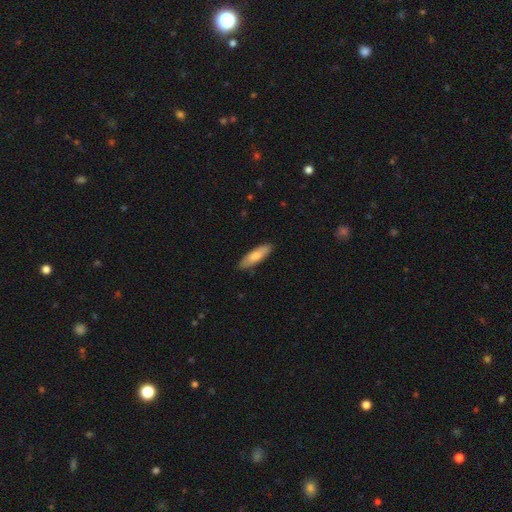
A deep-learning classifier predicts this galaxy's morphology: This is likely a smooth galaxy (76%). How rounded: possibly cigar-shaped (57%). Merging: clearly none (87%).